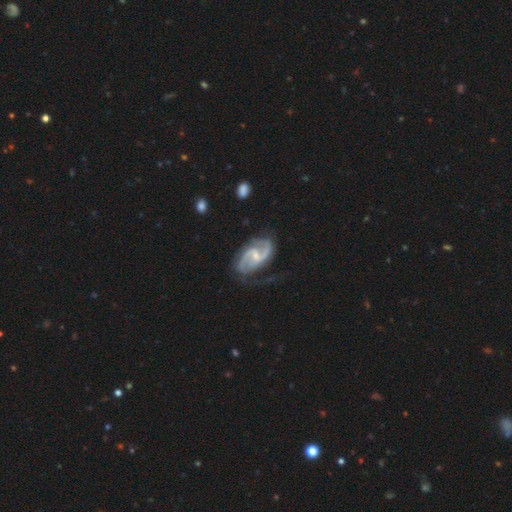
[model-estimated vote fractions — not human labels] This appears to be a featured or disk galaxy (91%) with a weak bar (54%), 2 (89%) medium (54%) spiral arms (98%) and a small central bulge (61%). Merging: none (64%).